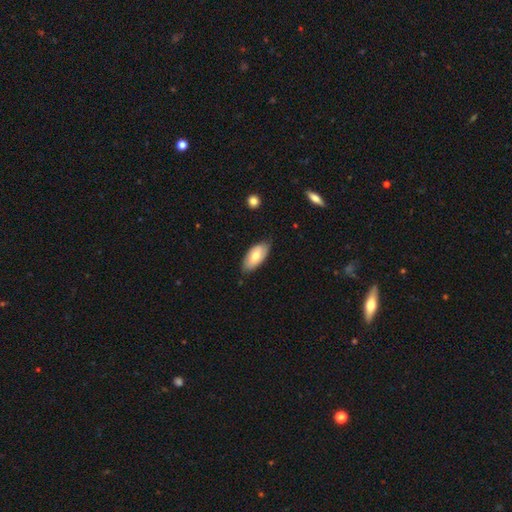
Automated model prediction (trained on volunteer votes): Smooth or featured?
  - smooth: 69% *
  - featured or disk: 25%
  - star or artifact: 6%
How rounded?
  - in between: 93% *
  - cigar-shaped: 5%
  - round: 2%
Merging?
  - none: 77% *
  - minor disturbance: 19%
  - major disturbance: 3%
  - merger: 1%